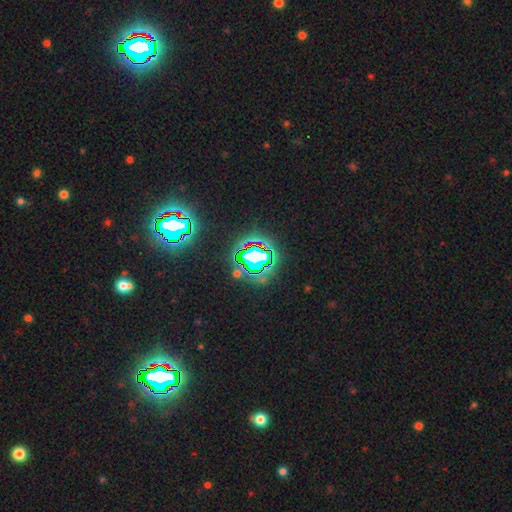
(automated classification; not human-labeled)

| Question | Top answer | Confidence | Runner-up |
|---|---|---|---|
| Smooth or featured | star or artifact | 77% | smooth (14%) |